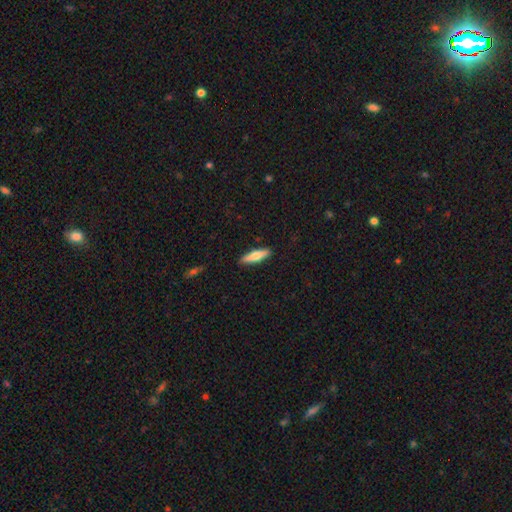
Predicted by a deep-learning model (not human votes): This is likely a smooth galaxy (63%). How rounded: likely cigar-shaped (75%). Merging: clearly none (90%).